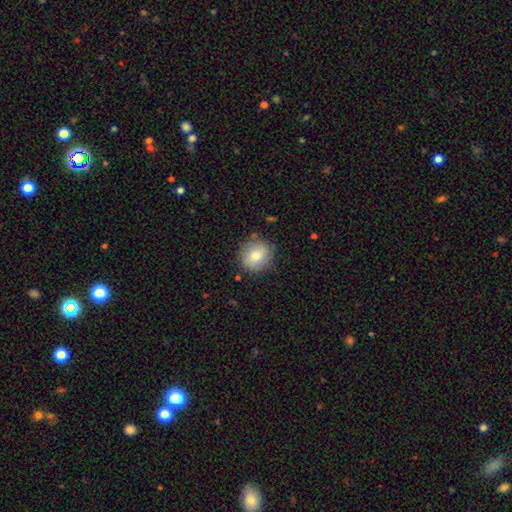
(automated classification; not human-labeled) Morphology: type=smooth (81%); roundness=round (81%); merging=none (84%).